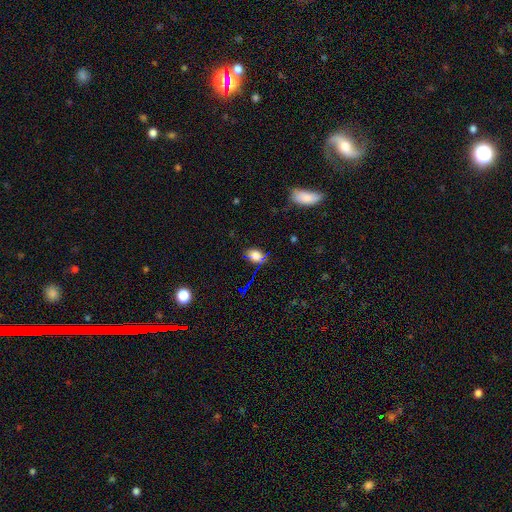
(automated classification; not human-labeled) The model was most divided on "how rounded": in between: 61%, round: 35%, cigar-shaped: 4%. More confident: merging — none (74%); smooth or featured — smooth (67%).